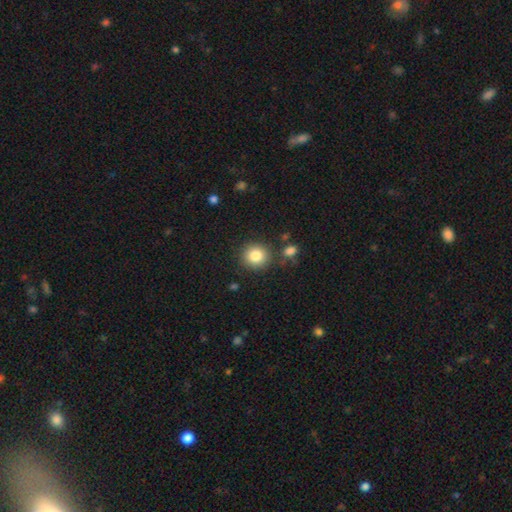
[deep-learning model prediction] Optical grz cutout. It shows a smooth galaxy with no disk features (84%) that is round (87%). Merging: none (83%).